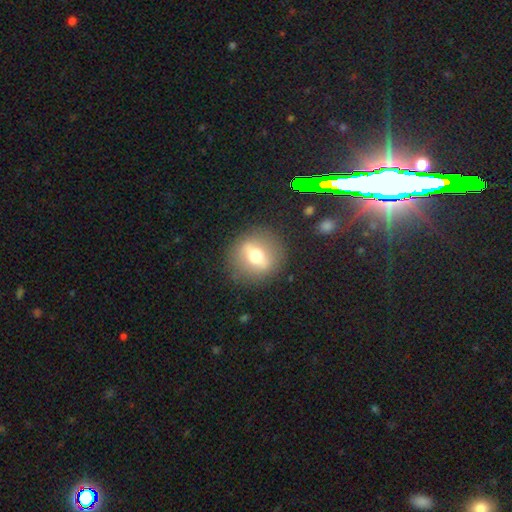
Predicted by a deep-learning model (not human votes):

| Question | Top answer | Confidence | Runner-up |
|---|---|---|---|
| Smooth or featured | smooth | 46% | featured or disk (45%) |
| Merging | none | 84% | minor disturbance (10%) |